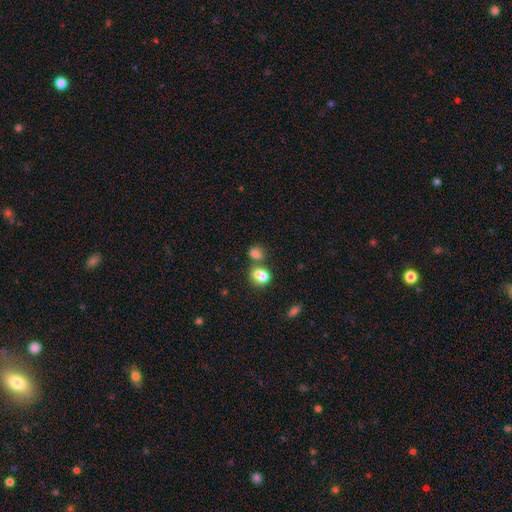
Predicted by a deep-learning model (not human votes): Smooth or featured? smooth (71%)
How rounded? round (55%)
Merging? none (52%)